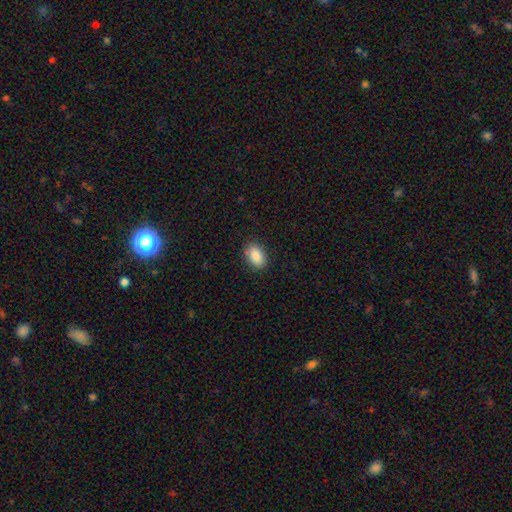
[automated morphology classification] smooth_or_featured: smooth (p=0.88) [alt: star or artifact p=0.07]
how_rounded: in between (p=0.88) [alt: round p=0.11]
merging: none (p=0.86) [alt: minor disturbance p=0.11]